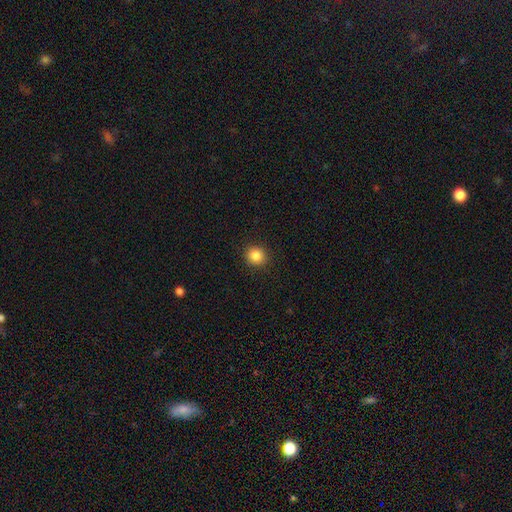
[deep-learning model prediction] Morphology: type=smooth (86%); roundness=round (90%); merging=none (91%).